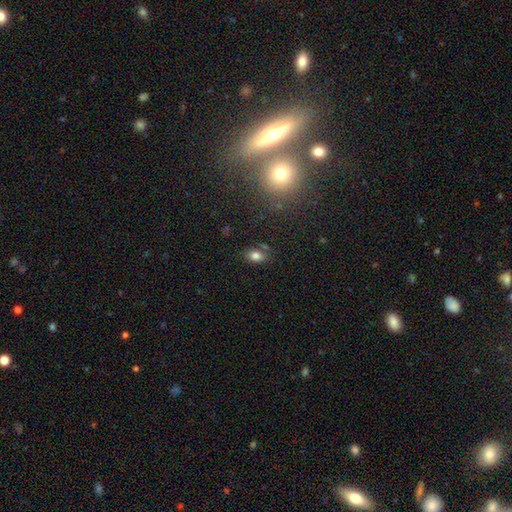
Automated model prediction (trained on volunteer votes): This appears to be a smooth galaxy with no disk features (80%) that is in between round and cigar-shaped (81%). Merging: none (77%).